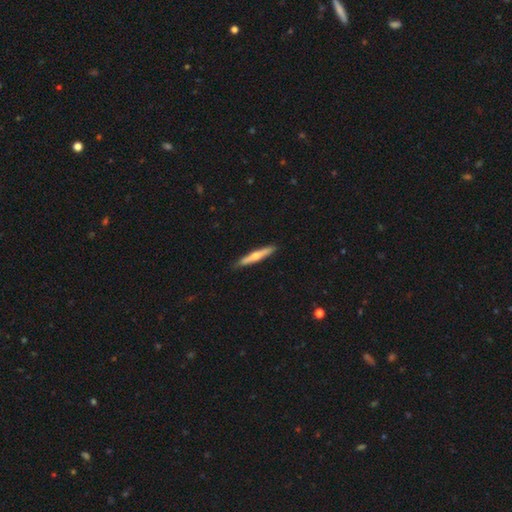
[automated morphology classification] Smooth or featured? featured or disk (52%)
Edge-on disk? yes (96%)
Merging? none (91%)